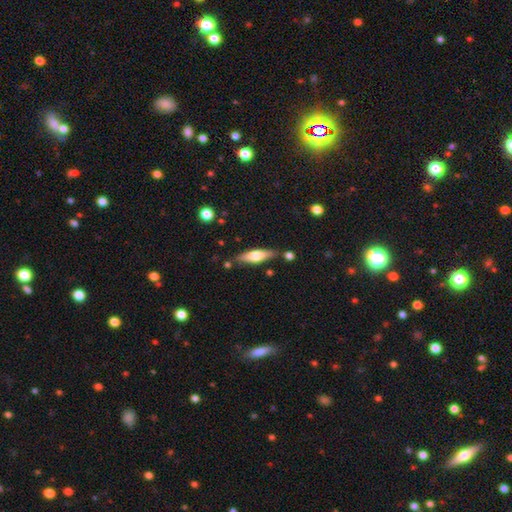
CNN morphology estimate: The model was most divided on "smooth or featured": smooth: 48%, featured or disk: 46%, star or artifact: 6%. More confident: merging — none (79%).